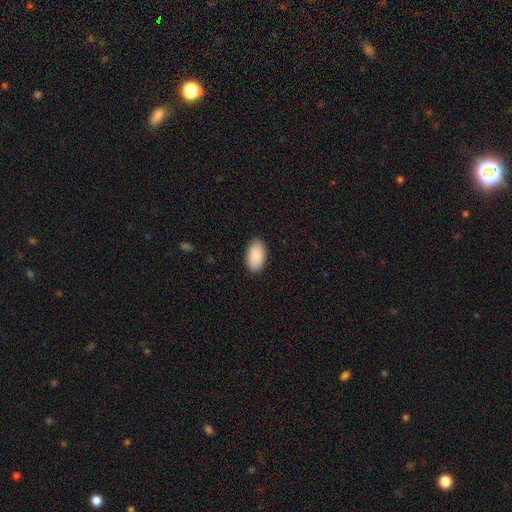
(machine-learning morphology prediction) Smooth or featured? Predicted: smooth (p=0.89). How rounded? Predicted: in between (p=0.96). Merging? Predicted: none (p=0.89).